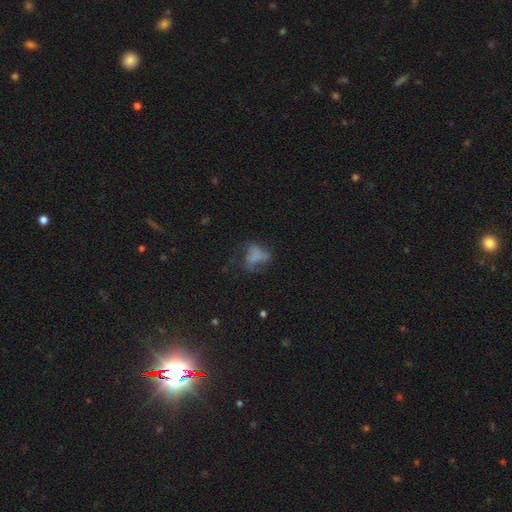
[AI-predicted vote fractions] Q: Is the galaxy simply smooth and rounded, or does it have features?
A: smooth — 46%.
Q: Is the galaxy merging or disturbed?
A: major disturbance — 42%.